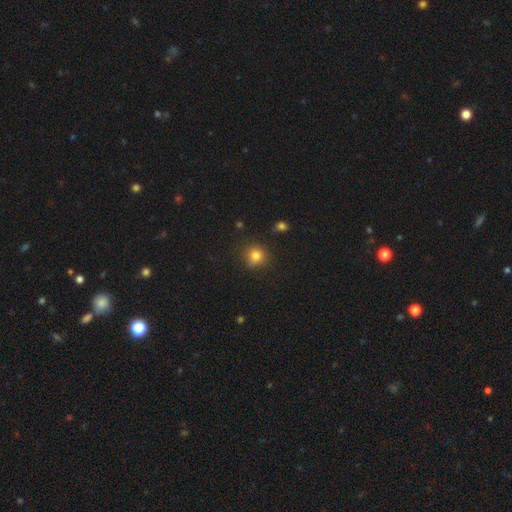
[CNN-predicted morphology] Smooth or featured: smooth — 81% (star or artifact — 13%)
How rounded: round — 85% (in between — 14%)
Merging: none — 76% (minor disturbance — 17%)